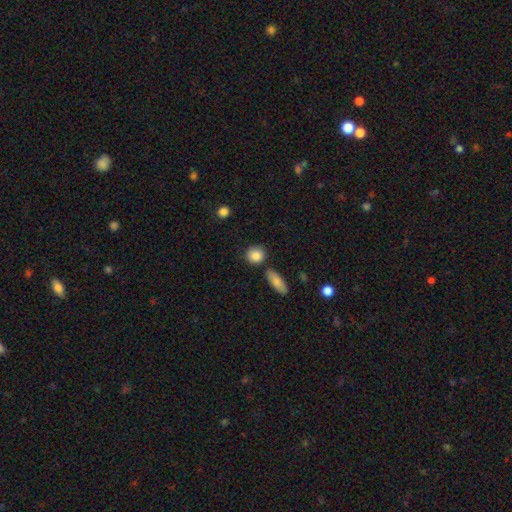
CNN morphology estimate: smooth-or-featured: smooth: 87% | star or artifact: 7% | featured or disk: 6%
  how-rounded: round: 78% | in between: 19% | cigar-shaped: 2%
  merging: none: 77% | minor disturbance: 11% | merger: 8% | major disturbance: 3%